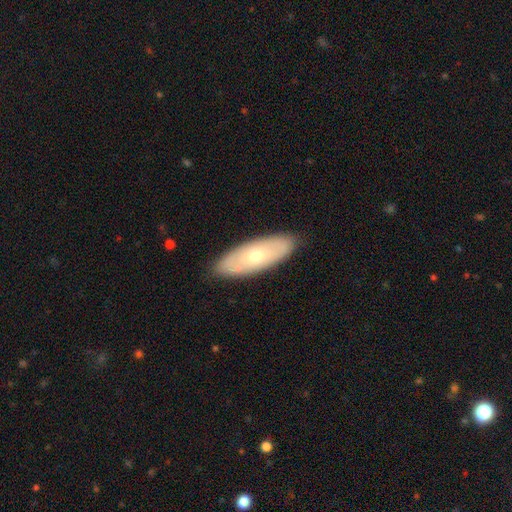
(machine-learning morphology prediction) type=smooth (53%); roundness=in between (70%); merging=none (85%).